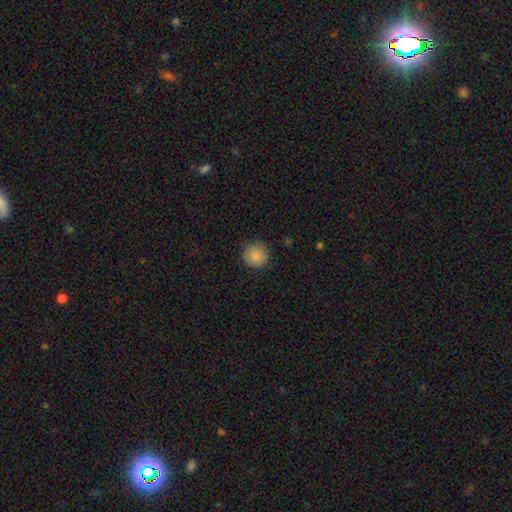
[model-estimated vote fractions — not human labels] Morphology: type=smooth (87%); roundness=round (95%); merging=none (89%).